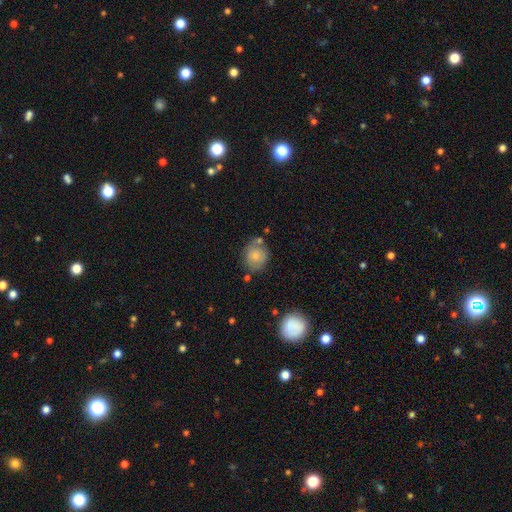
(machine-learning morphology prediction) smooth_or_featured: smooth (p=0.75) [alt: featured or disk p=0.16]
how_rounded: round (p=0.78) [alt: in between p=0.21]
merging: none (p=0.69) [alt: minor disturbance p=0.17]